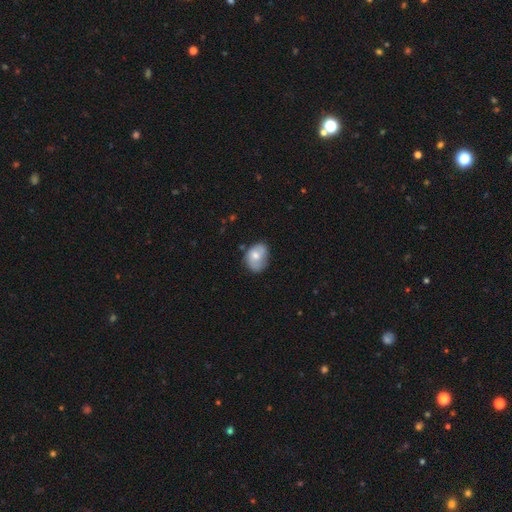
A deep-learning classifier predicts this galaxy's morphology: This is likely a smooth galaxy (67%). How rounded: likely in between (66%). Merging: possibly none (53%).